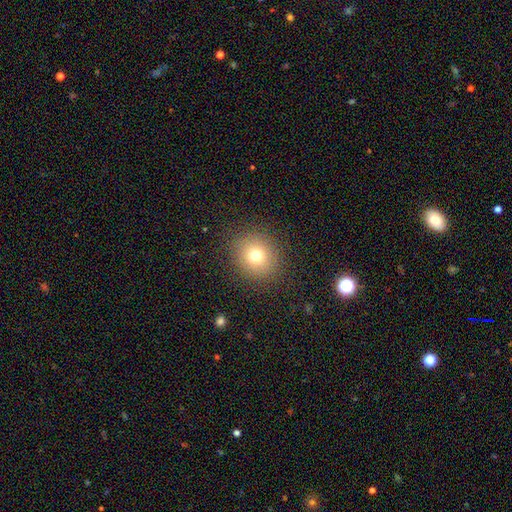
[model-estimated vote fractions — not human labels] Smooth or featured?
  - smooth: 74% *
  - star or artifact: 15%
  - featured or disk: 11%
How rounded?
  - round: 82% *
  - in between: 17%
  - cigar-shaped: 1%
Merging?
  - none: 88% *
  - minor disturbance: 7%
  - major disturbance: 4%
  - merger: 1%